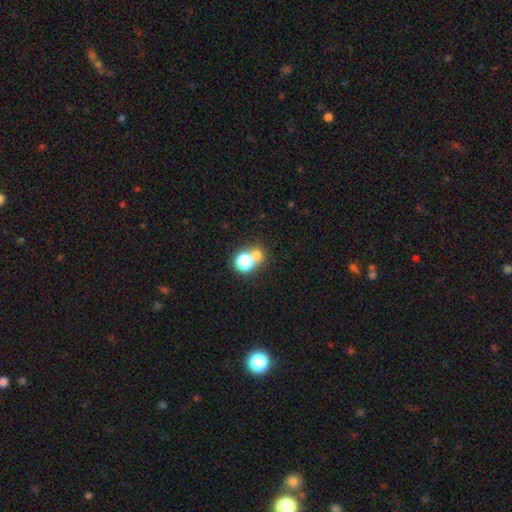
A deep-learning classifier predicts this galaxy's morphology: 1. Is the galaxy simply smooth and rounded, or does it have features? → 64% smooth, 27% star or artifact, 9% featured or disk.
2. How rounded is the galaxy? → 82% round, 17% in between, 1% cigar-shaped.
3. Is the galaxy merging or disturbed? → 54% none, 35% merger, 7% minor disturbance, 4% major disturbance.